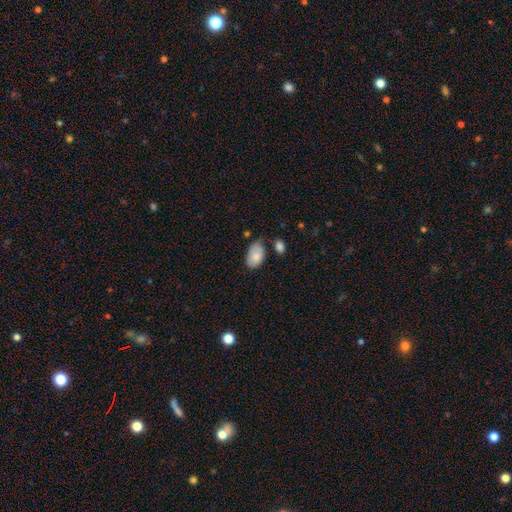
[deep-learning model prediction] smooth-or-featured: smooth: 82% | featured or disk: 11% | star or artifact: 7%
  how-rounded: in between: 92% | round: 7% | cigar-shaped: 1%
  merging: none: 53% | minor disturbance: 34% | major disturbance: 7% | merger: 6%